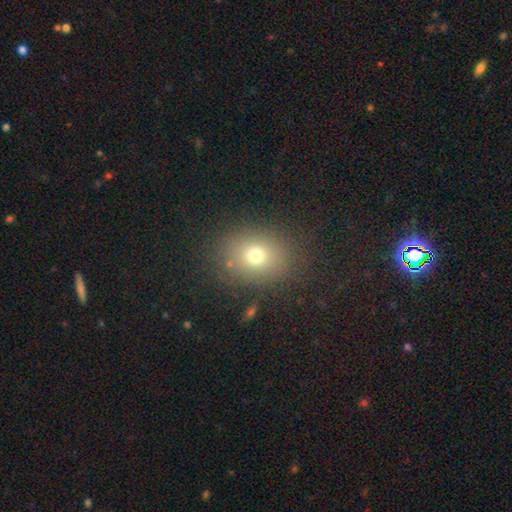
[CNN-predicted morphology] Q: Smooth or featured?
A: smooth (71%); runner-up: star or artifact (16%)
Q: How rounded?
A: round (55%); runner-up: in between (44%)
Q: Merging?
A: none (81%); runner-up: minor disturbance (11%)